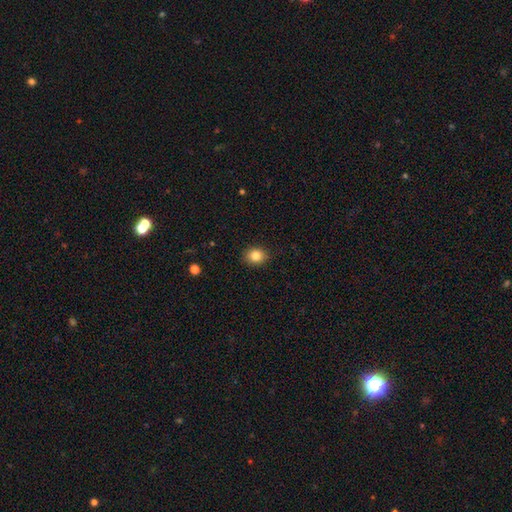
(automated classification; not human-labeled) smooth_or_featured: smooth (p=0.84) [alt: star or artifact p=0.10]
how_rounded: round (p=0.57) [alt: in between p=0.42]
merging: none (p=0.89) [alt: minor disturbance p=0.08]